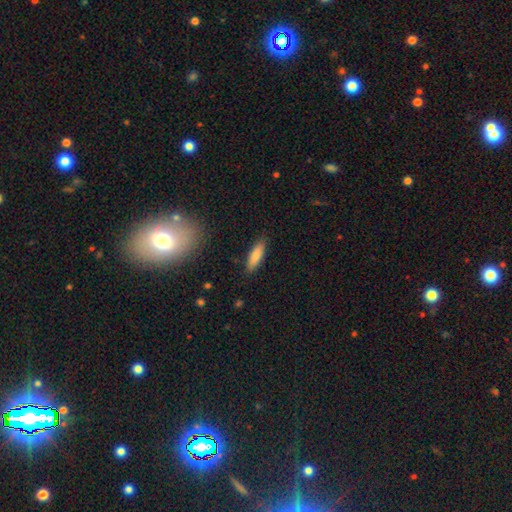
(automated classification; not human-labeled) This is clearly a smooth galaxy (82%). How rounded: possibly cigar-shaped (50%). Merging: clearly none (86%).